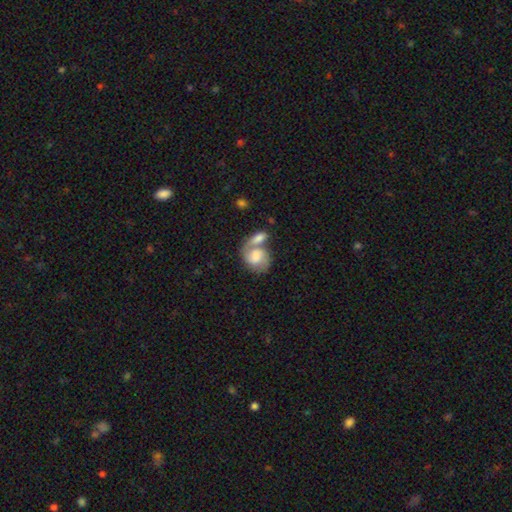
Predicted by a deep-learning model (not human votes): smooth-or-featured: featured or disk: 46% (tied) | smooth: 46% (tied) | star or artifact: 8%
  merging: merger: 54% | none: 27% | minor disturbance: 12% | major disturbance: 8%